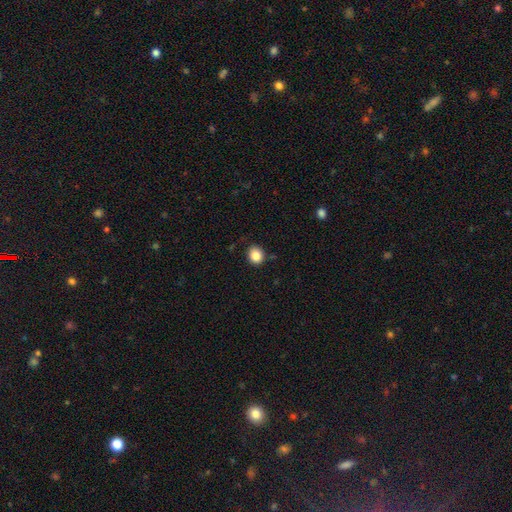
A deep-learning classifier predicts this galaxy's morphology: Overall: smooth (85%). How rounded: round (70%). Merging: none (87%).